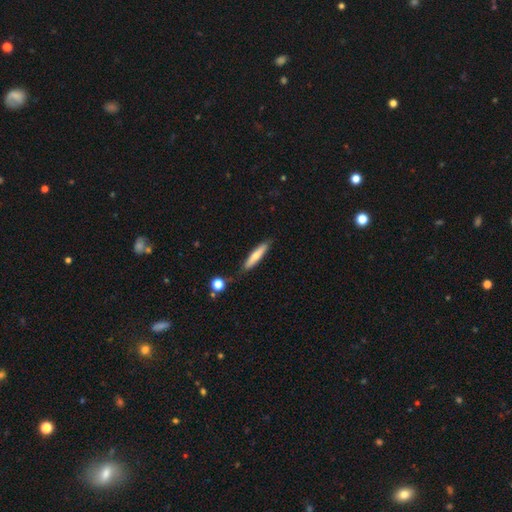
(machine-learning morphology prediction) Q: Smooth or featured?
A: smooth (63%); runner-up: featured or disk (31%)
Q: How rounded?
A: cigar-shaped (86%); runner-up: in between (13%)
Q: Merging?
A: none (78%); runner-up: minor disturbance (15%)